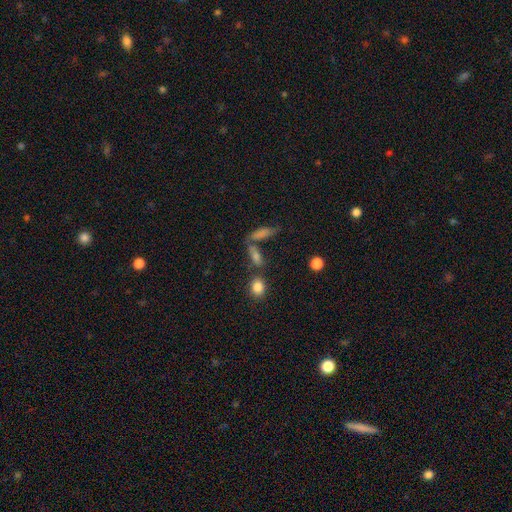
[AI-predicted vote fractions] This appears to be a smooth galaxy with no disk features (69%) that is in between round and cigar-shaped (48%). Merging: none (54%).